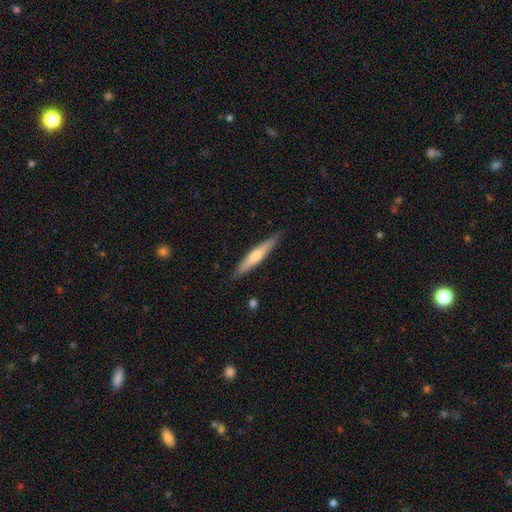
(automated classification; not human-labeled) smooth-or-featured: smooth: 50% | featured or disk: 44% | star or artifact: 5%
  how-rounded: cigar-shaped: 92% | in between: 7% | round: 1%
  merging: none: 88% | minor disturbance: 9% | major disturbance: 2% | merger: 1%